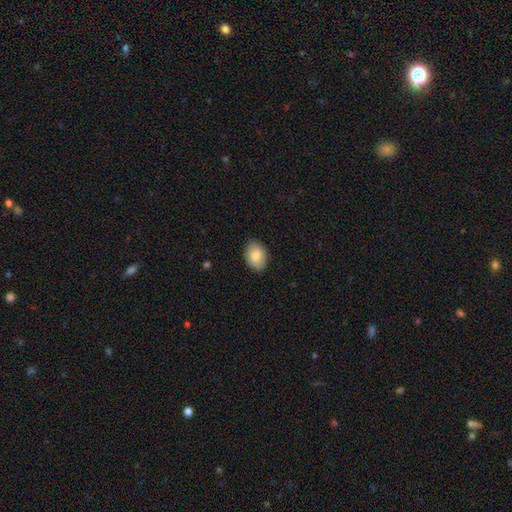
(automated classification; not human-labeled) smooth_or_featured: smooth (p=0.84) [alt: featured or disk p=0.09]
how_rounded: in between (p=0.82) [alt: round p=0.17]
merging: none (p=0.81) [alt: minor disturbance p=0.15]